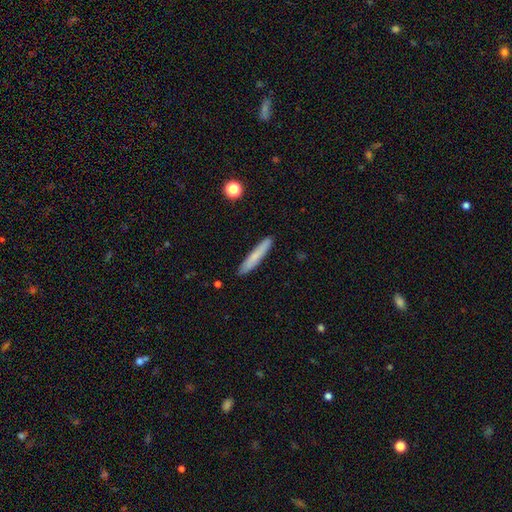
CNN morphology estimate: Smooth or featured? Predicted: smooth (p=0.74). How rounded? Predicted: cigar-shaped (p=0.94). Merging? Predicted: none (p=0.90).